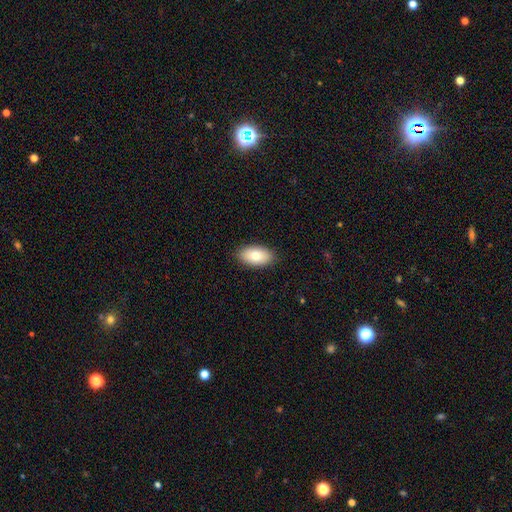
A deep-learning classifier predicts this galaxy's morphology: This appears to be a smooth galaxy with no disk features (78%) that is in between round and cigar-shaped (94%). Merging: none (89%).